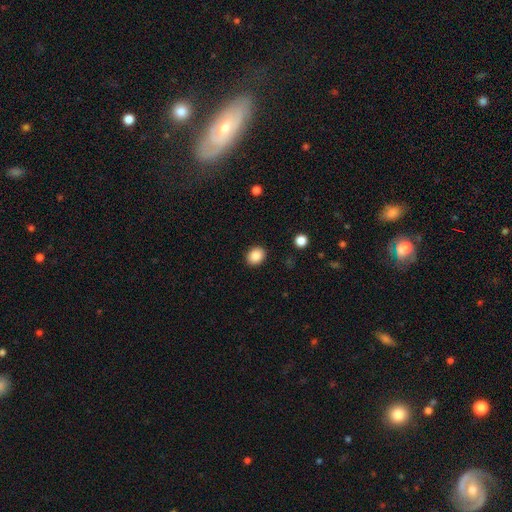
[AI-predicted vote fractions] Q: Smooth or featured?
A: smooth (87%); runner-up: star or artifact (9%)
Q: How rounded?
A: round (54%); runner-up: in between (45%)
Q: Merging?
A: none (90%); runner-up: minor disturbance (6%)